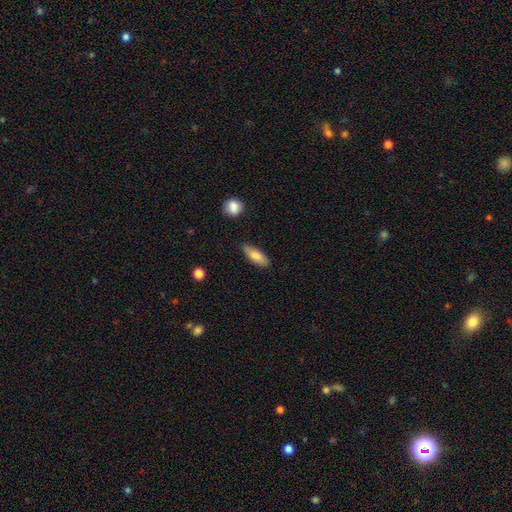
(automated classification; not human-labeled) A smooth galaxy with no disk features (79%) that is in between round and cigar-shaped (69%).

Vote fractions:
- Smooth or featured? smooth: 79% / featured or disk: 15% / star or artifact: 6%
- How rounded? in between: 69% / cigar-shaped: 29% / round: 2%
- Merging? none: 80% / minor disturbance: 16% / major disturbance: 3% / merger: 2%